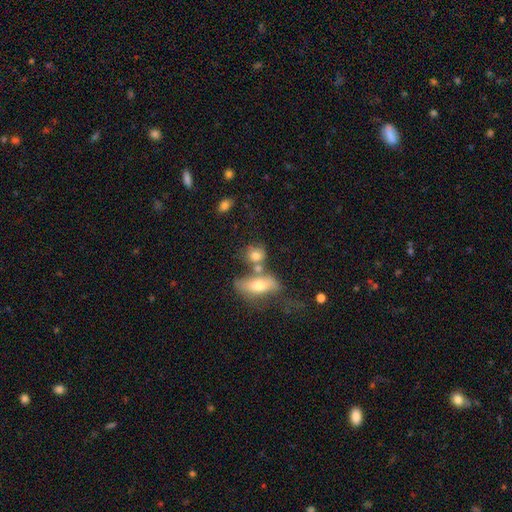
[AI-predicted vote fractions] A smooth galaxy with no disk features (74%) that is round (52%).

Vote fractions:
- Smooth or featured? smooth: 74% / featured or disk: 17% / star or artifact: 9%
- How rounded? round: 52% / in between: 43% / cigar-shaped: 5%
- Merging? none: 40% (tied) / merger: 40% (tied) / minor disturbance: 13% / major disturbance: 7%